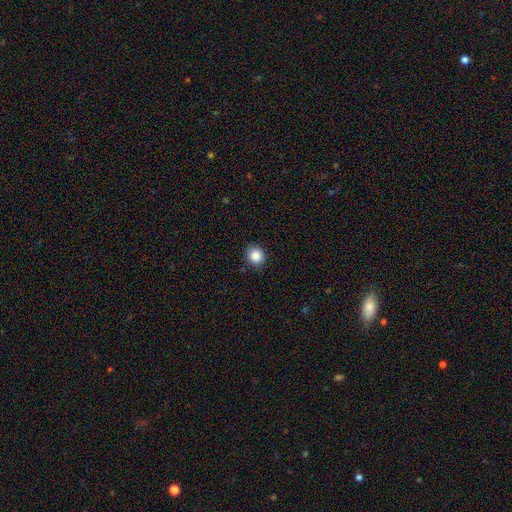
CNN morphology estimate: Q: Smooth or featured?
A: smooth (86%); runner-up: star or artifact (9%)
Q: How rounded?
A: round (79%); runner-up: in between (21%)
Q: Merging?
A: none (86%); runner-up: minor disturbance (10%)